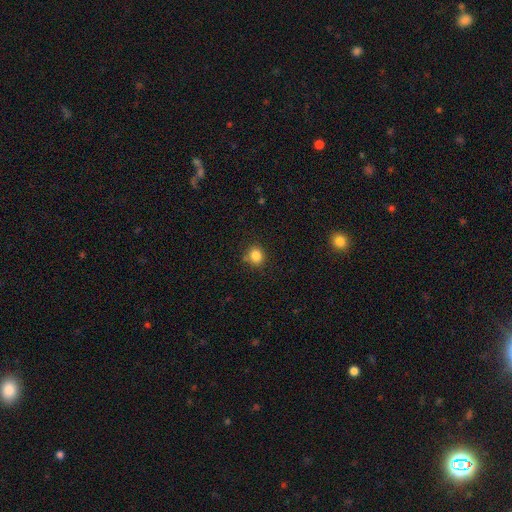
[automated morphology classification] Smooth or featured? Predicted: smooth (p=0.84). How rounded? Predicted: round (p=0.74). Merging? Predicted: none (p=0.78).